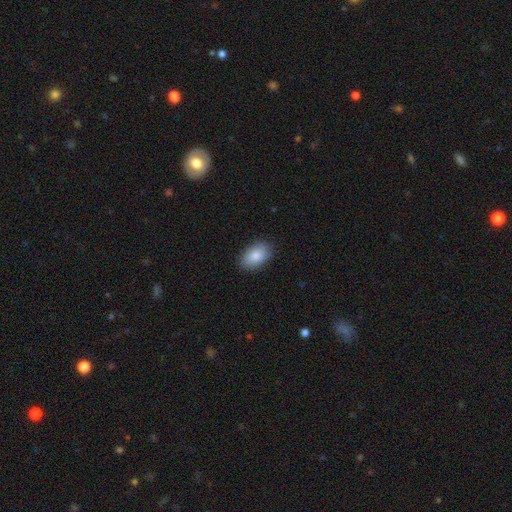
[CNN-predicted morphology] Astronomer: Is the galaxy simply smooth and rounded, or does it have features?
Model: smooth — 84%.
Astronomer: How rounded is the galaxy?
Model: in between — 90%.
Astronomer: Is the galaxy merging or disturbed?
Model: none — 86%.